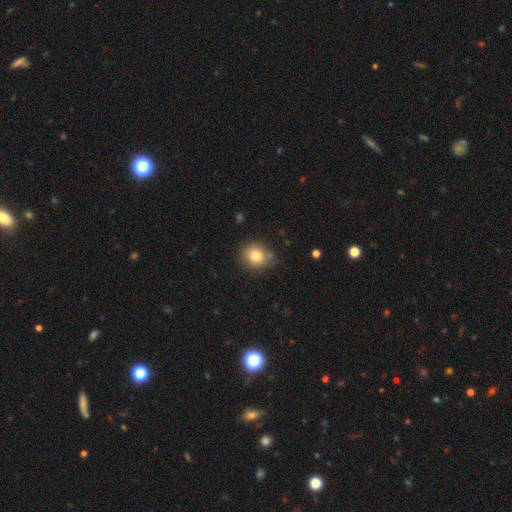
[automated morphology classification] Smooth or featured? smooth (81%)
How rounded? round (83%)
Merging? none (77%)